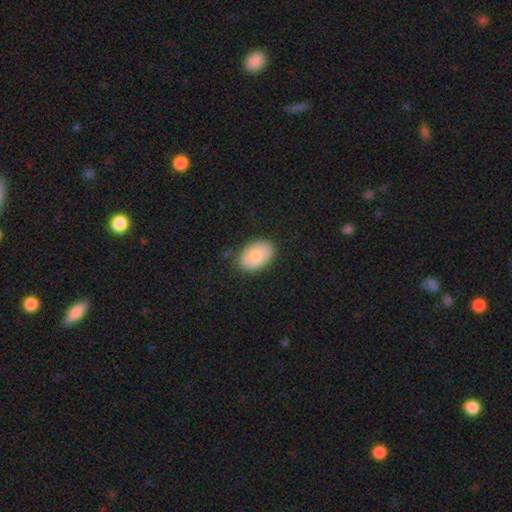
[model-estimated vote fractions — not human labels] Smooth or featured? smooth (81%)
How rounded? in between (89%)
Merging? none (83%)